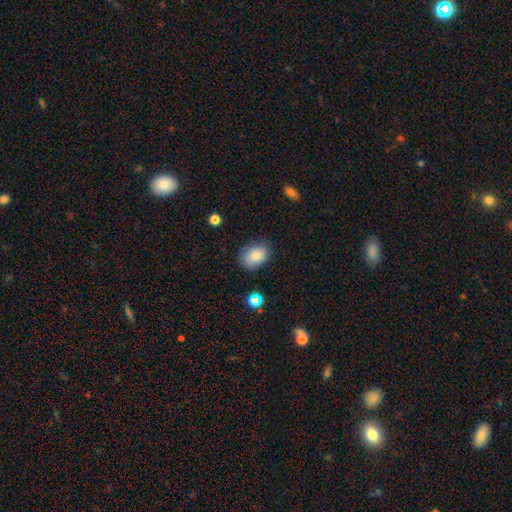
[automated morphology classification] The model was most divided on "how rounded": in between: 74%, round: 25%, cigar-shaped: 1%. More confident: smooth or featured — smooth (82%); merging — none (76%).